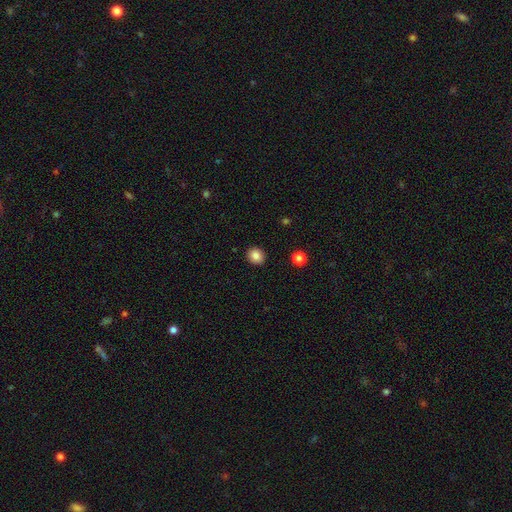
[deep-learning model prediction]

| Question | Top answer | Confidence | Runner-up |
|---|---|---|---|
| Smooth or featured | smooth | 84% | star or artifact (10%) |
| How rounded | round | 77% | in between (23%) |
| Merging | none | 91% | minor disturbance (6%) |